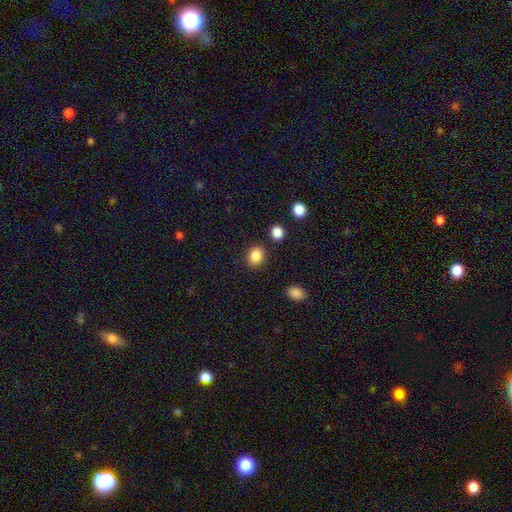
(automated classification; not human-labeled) Smooth or featured?
  - smooth: 86% *
  - star or artifact: 10%
  - featured or disk: 4%
How rounded?
  - round: 50% *
  - in between: 49%
  - cigar-shaped: 1%
Merging?
  - none: 85% *
  - minor disturbance: 8%
  - merger: 4%
  - major disturbance: 3%